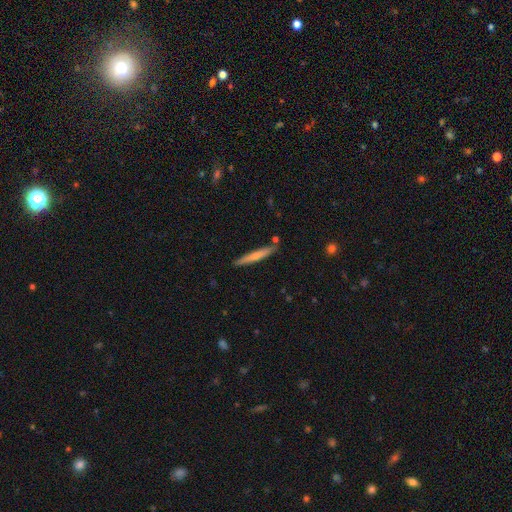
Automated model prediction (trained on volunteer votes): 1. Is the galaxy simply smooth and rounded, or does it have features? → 56% smooth, 38% featured or disk, 6% star or artifact.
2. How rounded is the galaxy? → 95% cigar-shaped, 3% in between, 1% round.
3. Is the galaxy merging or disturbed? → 85% none, 10% minor disturbance, 4% merger, 2% major disturbance.